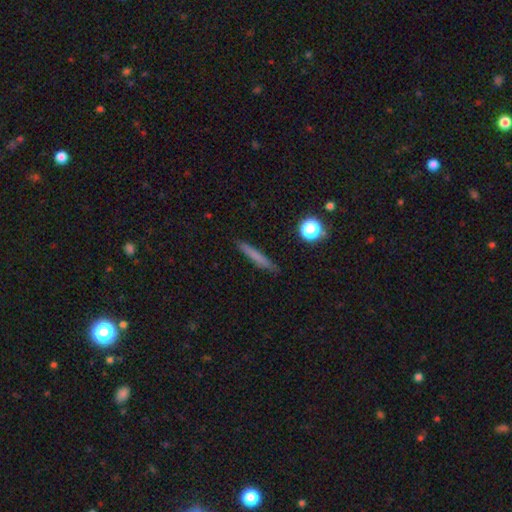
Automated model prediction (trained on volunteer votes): Smooth or featured?
  - smooth: 68% *
  - featured or disk: 23%
  - star or artifact: 9%
How rounded?
  - cigar-shaped: 93% *
  - in between: 4%
  - round: 3%
Merging?
  - none: 88% *
  - minor disturbance: 8%
  - major disturbance: 2%
  - merger: 2%